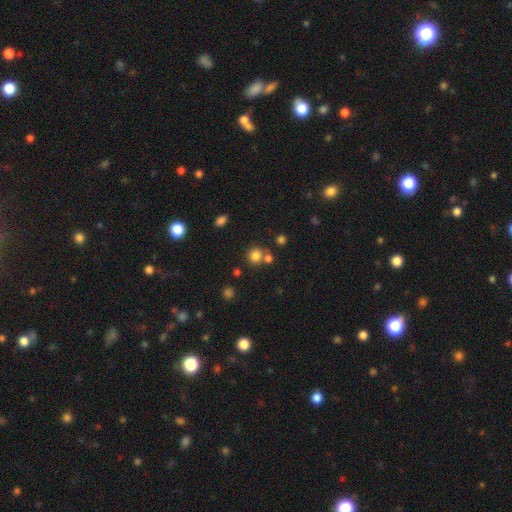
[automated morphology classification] Smooth or featured?
  - smooth: 78% *
  - star or artifact: 15%
  - featured or disk: 7%
How rounded?
  - round: 87% *
  - in between: 12%
  - cigar-shaped: 1%
Merging?
  - none: 63% *
  - merger: 24%
  - minor disturbance: 9%
  - major disturbance: 4%